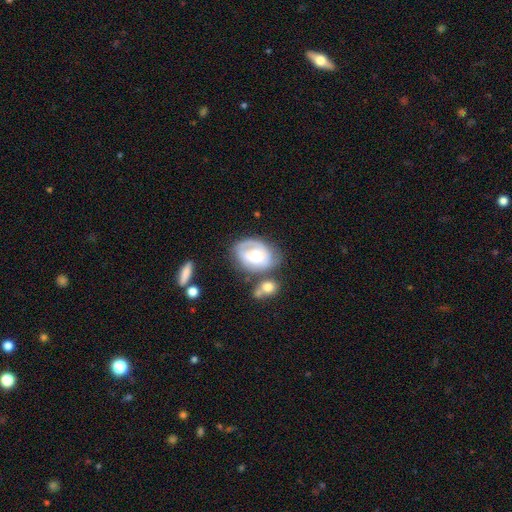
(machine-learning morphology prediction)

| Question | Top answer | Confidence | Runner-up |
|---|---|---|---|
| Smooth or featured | featured or disk | 60% | smooth (34%) |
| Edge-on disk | no | 96% | yes (4%) |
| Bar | no | 64% | weak (29%) |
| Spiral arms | yes | 72% | no (28%) |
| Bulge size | moderate | 61% | small (20%) |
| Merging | none | 48% | minor disturbance (24%) |